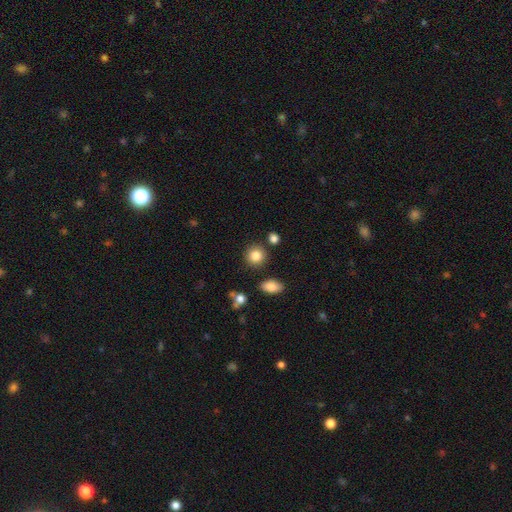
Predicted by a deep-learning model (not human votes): smooth-or-featured: smooth: 84% | star or artifact: 10% | featured or disk: 6%
  how-rounded: round: 88% | in between: 11% | cigar-shaped: 1%
  merging: none: 85% | minor disturbance: 8% | merger: 5% | major disturbance: 3%